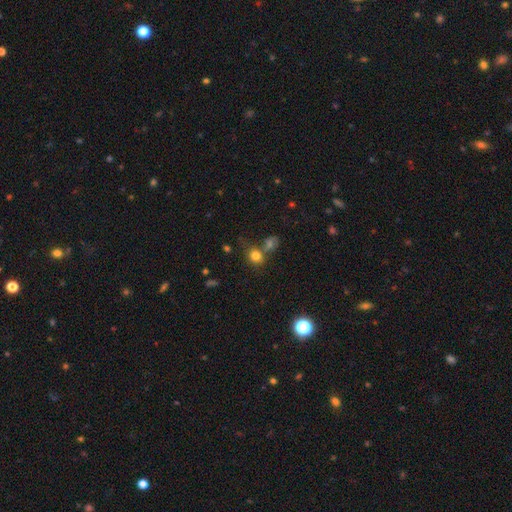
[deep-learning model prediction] smooth-or-featured: smooth: 78% | star or artifact: 14% | featured or disk: 9%
  how-rounded: round: 73% | in between: 26% | cigar-shaped: 1%
  merging: none: 50% | merger: 32% | minor disturbance: 12% | major disturbance: 6%